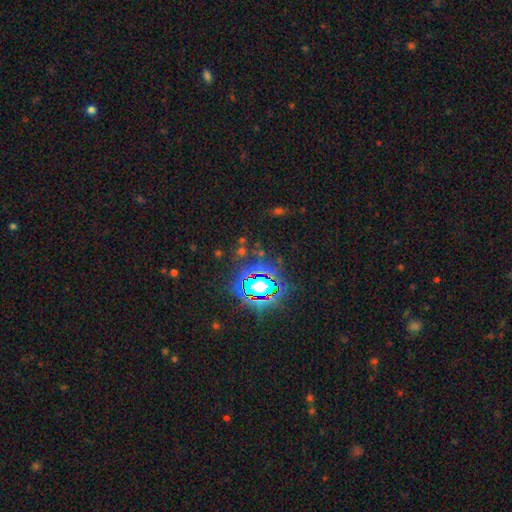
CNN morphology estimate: smooth-or-featured: star or artifact: 79% | smooth: 13% | featured or disk: 8%